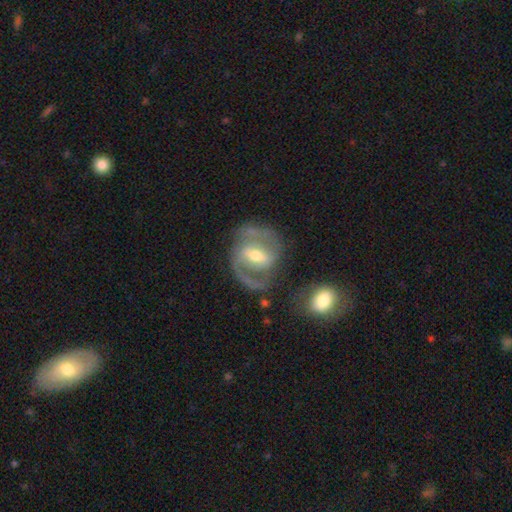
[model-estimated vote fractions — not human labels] This appears to be a featured or disk galaxy (84%) with a strong bar (47%), 2 (83%) medium (55%) spiral arms (90%) and a moderate central bulge (64%). Merging: none (65%).